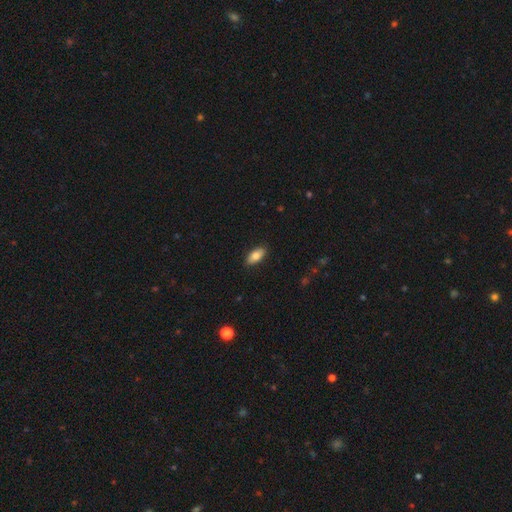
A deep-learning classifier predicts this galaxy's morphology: Q: Smooth or featured?
A: smooth (80%); runner-up: featured or disk (14%)
Q: How rounded?
A: in between (88%); runner-up: cigar-shaped (9%)
Q: Merging?
A: none (88%); runner-up: minor disturbance (9%)